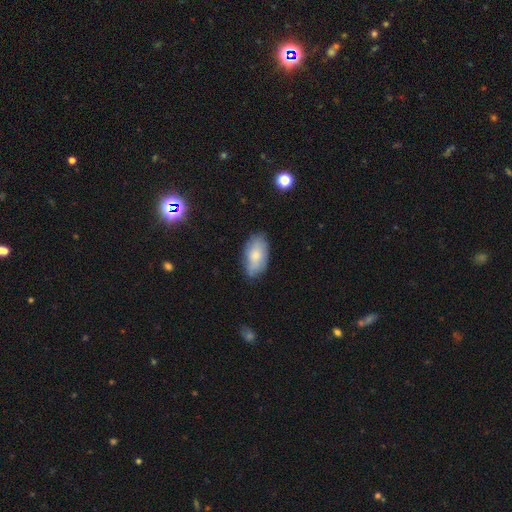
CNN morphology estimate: A smooth galaxy with no disk features (71%) that is in between round and cigar-shaped (94%).

Vote fractions:
- Smooth or featured? smooth: 71% / featured or disk: 22% / star or artifact: 7%
- How rounded? in between: 94% / round: 4% / cigar-shaped: 2%
- Merging? none: 73% / minor disturbance: 21% / major disturbance: 4% / merger: 2%